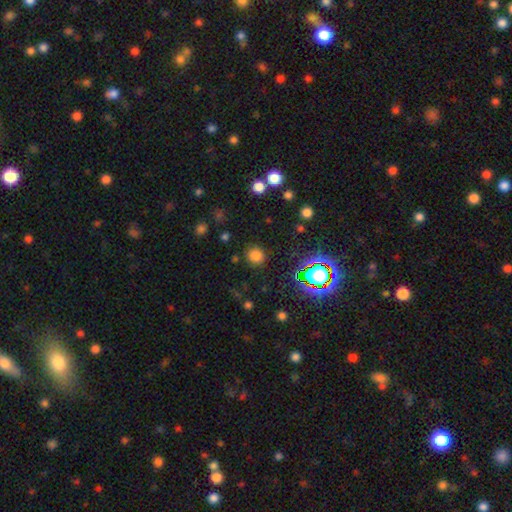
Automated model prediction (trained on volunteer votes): Smooth or featured?
  - smooth: 75% *
  - star or artifact: 20%
  - featured or disk: 6%
How rounded?
  - round: 88% *
  - in between: 11%
  - cigar-shaped: 1%
Merging?
  - none: 87% *
  - minor disturbance: 8%
  - major disturbance: 3%
  - merger: 2%